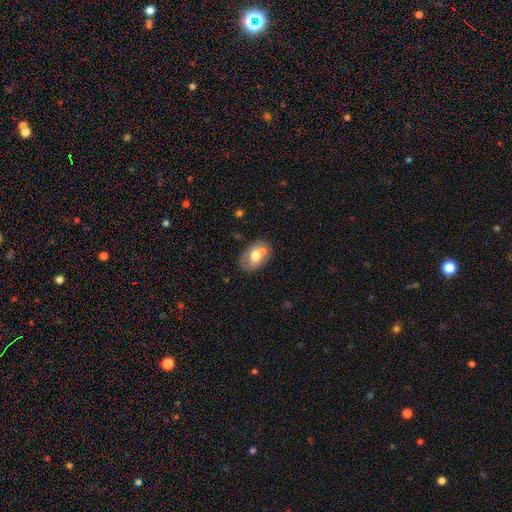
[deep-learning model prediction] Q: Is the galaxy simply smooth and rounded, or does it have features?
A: smooth — 63%.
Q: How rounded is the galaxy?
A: in between — 79%.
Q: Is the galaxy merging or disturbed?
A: none — 53%.